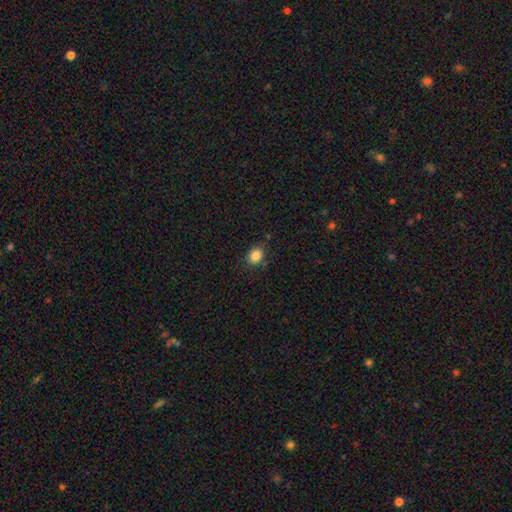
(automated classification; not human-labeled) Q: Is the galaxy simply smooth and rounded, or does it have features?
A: smooth — 85%.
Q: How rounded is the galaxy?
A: in between — 52%.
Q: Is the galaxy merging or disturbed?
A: none — 80%.